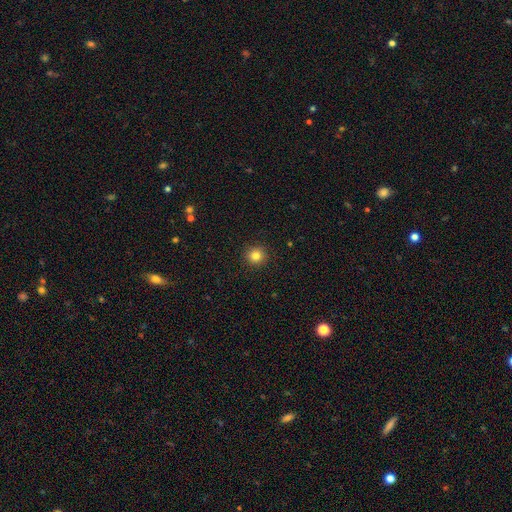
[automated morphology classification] A smooth galaxy with no disk features (83%) that is round (94%). Merging: none (93%).